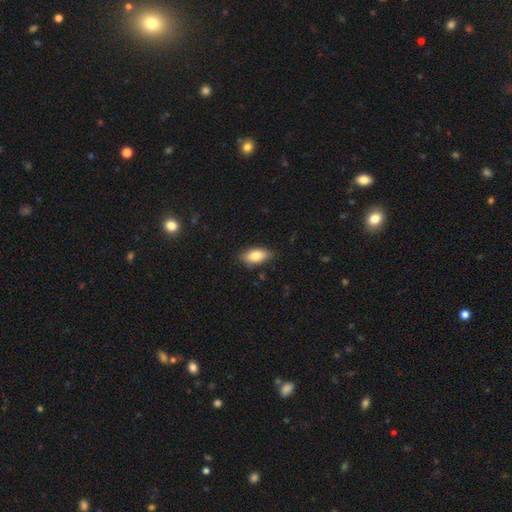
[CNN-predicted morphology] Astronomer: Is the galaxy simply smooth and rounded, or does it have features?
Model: smooth — 83%.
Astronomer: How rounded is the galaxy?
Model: in between — 89%.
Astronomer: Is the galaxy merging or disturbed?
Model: none — 81%.